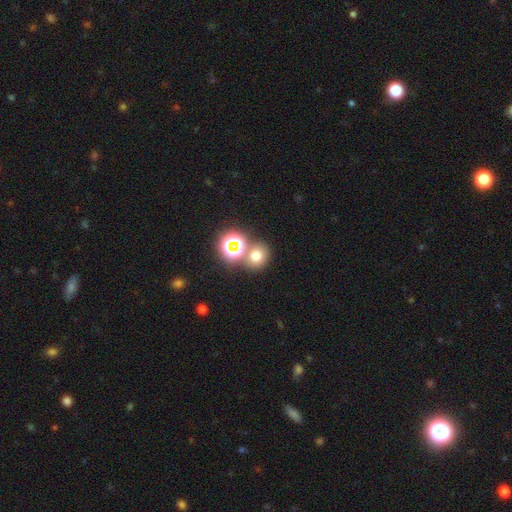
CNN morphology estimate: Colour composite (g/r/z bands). It shows a smooth galaxy with no disk features (63%) that is round (75%). Merging: none (66%).